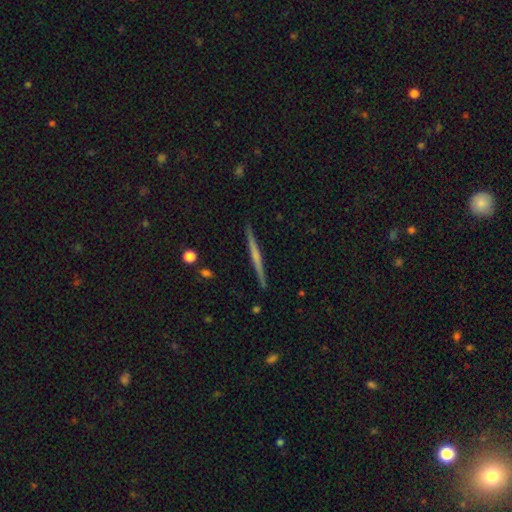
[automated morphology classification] featured or disk 62%, smooth 32%, star or artifact 6%. Down the decision tree: edge-on disk — yes (98%); edge-on bulge — none (68%); merging — none (92%).